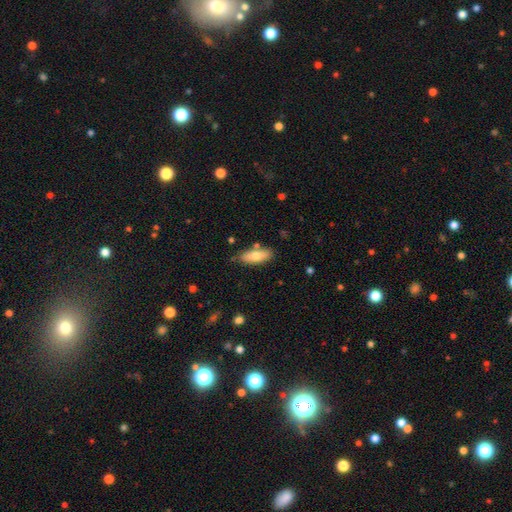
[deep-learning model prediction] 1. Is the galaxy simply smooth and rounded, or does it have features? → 73% smooth, 21% featured or disk, 6% star or artifact.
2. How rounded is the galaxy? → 71% in between, 27% cigar-shaped, 2% round.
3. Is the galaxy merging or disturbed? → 77% none, 15% minor disturbance, 6% merger, 3% major disturbance.